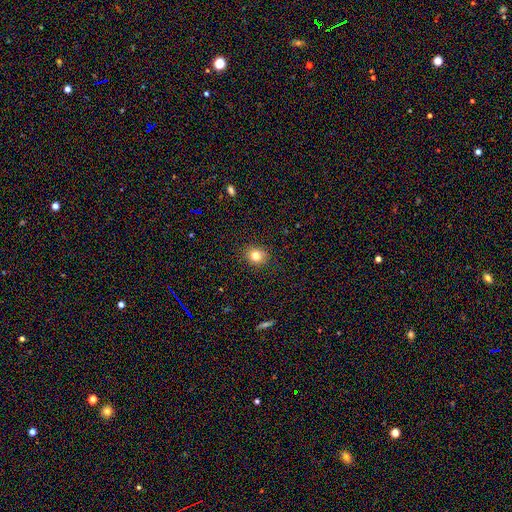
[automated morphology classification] This is likely a smooth galaxy (80%). How rounded: likely round (77%). Merging: clearly none (90%).